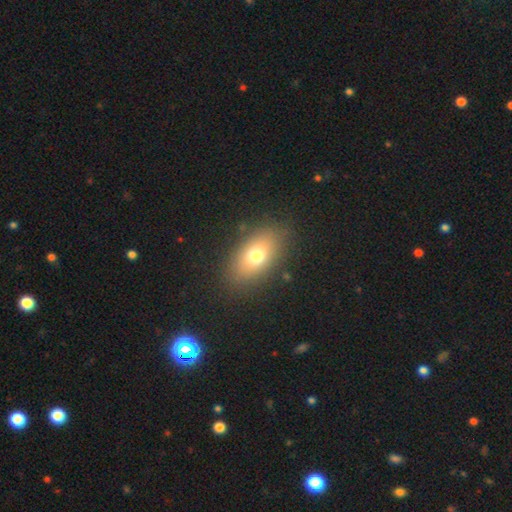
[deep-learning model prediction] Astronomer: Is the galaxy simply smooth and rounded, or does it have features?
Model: smooth — 73%.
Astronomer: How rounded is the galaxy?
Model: in between — 86%.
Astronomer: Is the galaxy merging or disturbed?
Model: none — 84%.